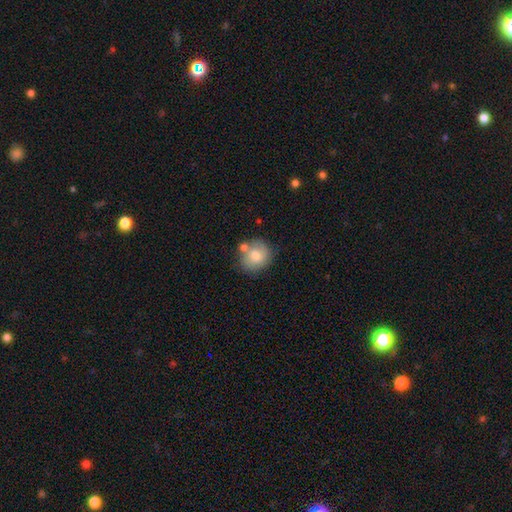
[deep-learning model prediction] Overall: smooth (76%). How rounded: round (80%). Merging: none (62%).